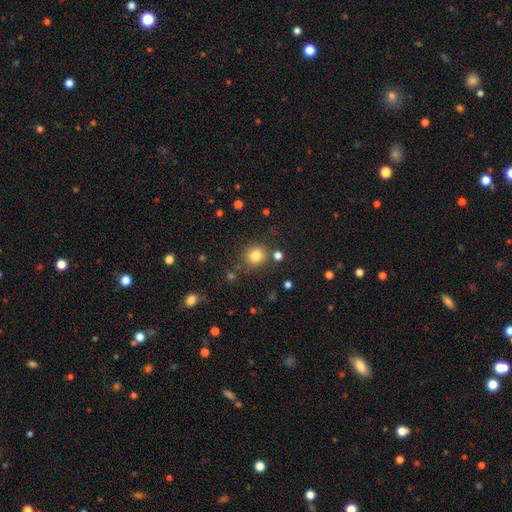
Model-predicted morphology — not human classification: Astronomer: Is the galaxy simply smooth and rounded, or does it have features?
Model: smooth — 81%.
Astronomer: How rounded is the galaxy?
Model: round — 85%.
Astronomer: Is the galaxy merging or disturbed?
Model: none — 80%.